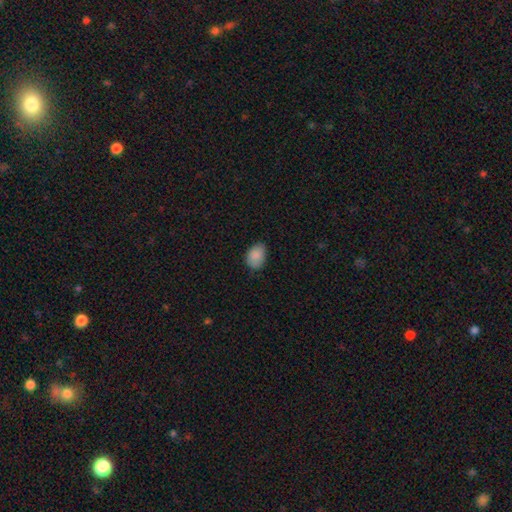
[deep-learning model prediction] Morphology: type=smooth (88%); roundness=in between (81%); merging=none (76%).